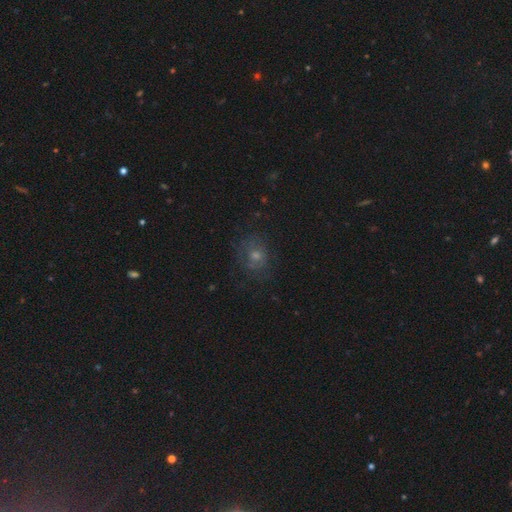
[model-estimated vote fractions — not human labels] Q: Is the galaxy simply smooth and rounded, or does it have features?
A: smooth — 52%.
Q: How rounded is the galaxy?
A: round — 64%.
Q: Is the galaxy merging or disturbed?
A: none — 67%.